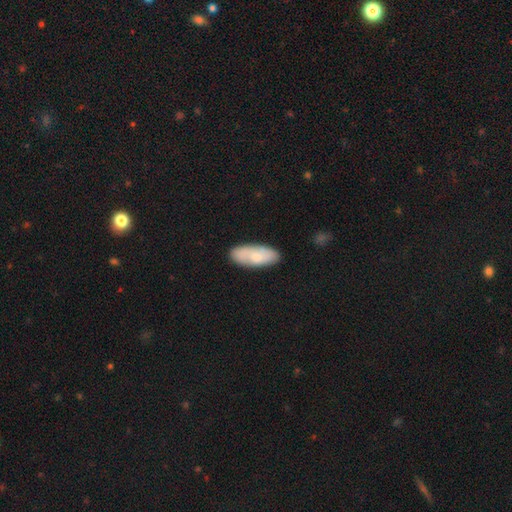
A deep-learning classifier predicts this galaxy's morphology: Smooth or featured? Predicted: smooth (p=0.70). How rounded? Predicted: in between (p=0.81). Merging? Predicted: none (p=0.82).